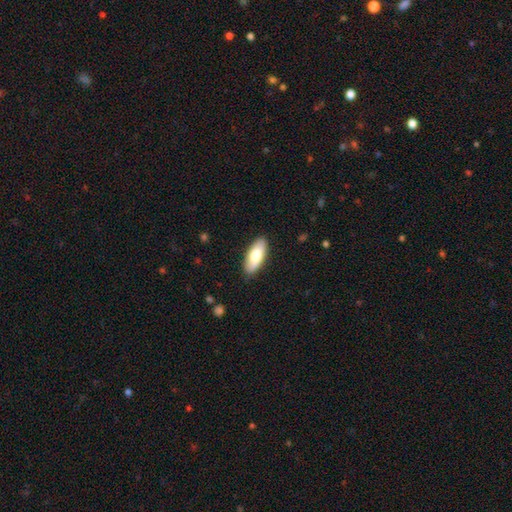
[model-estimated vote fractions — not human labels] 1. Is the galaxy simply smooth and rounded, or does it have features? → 75% smooth, 19% featured or disk, 5% star or artifact.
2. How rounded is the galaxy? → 82% in between, 17% cigar-shaped, 2% round.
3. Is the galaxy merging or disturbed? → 87% none, 10% minor disturbance, 2% major disturbance, 1% merger.